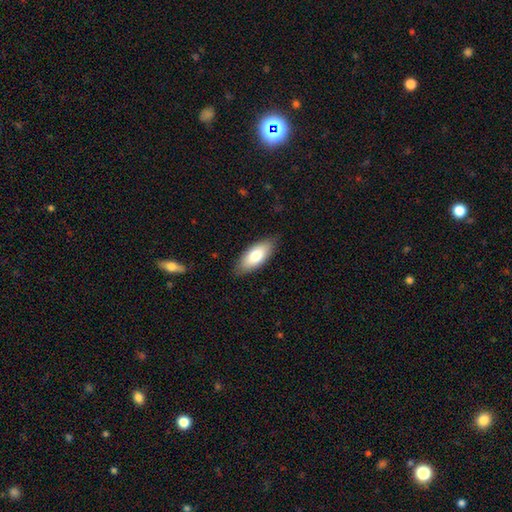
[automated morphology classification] smooth 77%, featured or disk 17%, star or artifact 6%. Down the decision tree: how rounded — in between (85%); merging — none (85%).